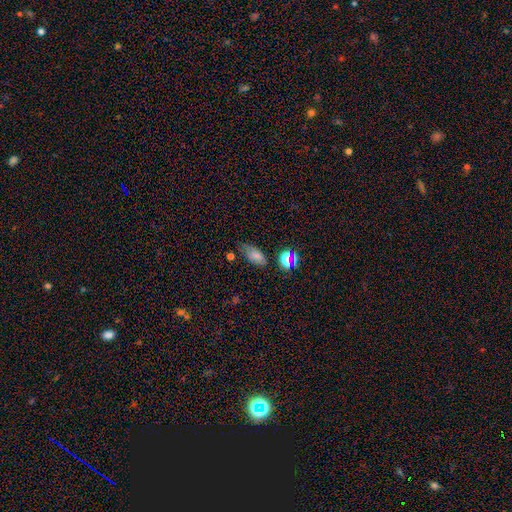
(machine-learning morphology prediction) smooth_or_featured: smooth (p=0.70) [alt: star or artifact p=0.19]
how_rounded: in between (p=0.86) [alt: round p=0.08]
merging: none (p=0.61) [alt: minor disturbance p=0.27]